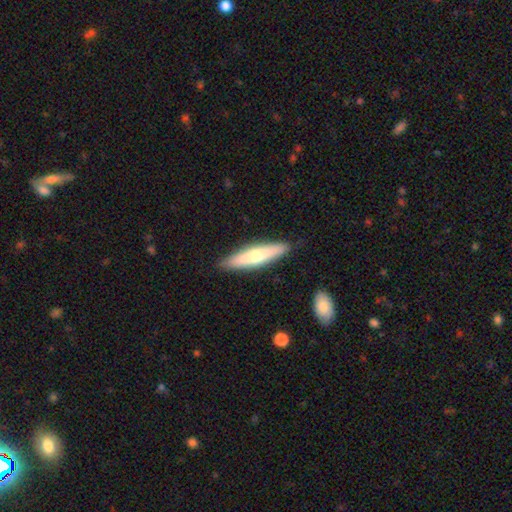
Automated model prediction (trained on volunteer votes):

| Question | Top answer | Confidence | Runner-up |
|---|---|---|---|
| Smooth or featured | smooth | 58% | featured or disk (37%) |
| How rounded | cigar-shaped | 80% | in between (19%) |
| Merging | none | 88% | minor disturbance (9%) |